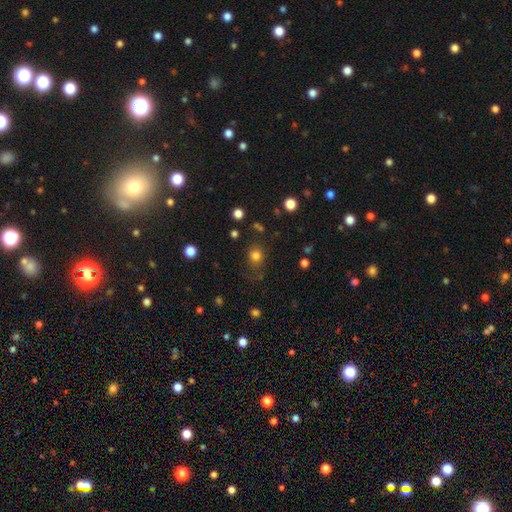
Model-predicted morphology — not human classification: type=smooth (79%); roundness=round (76%); merging=none (73%).